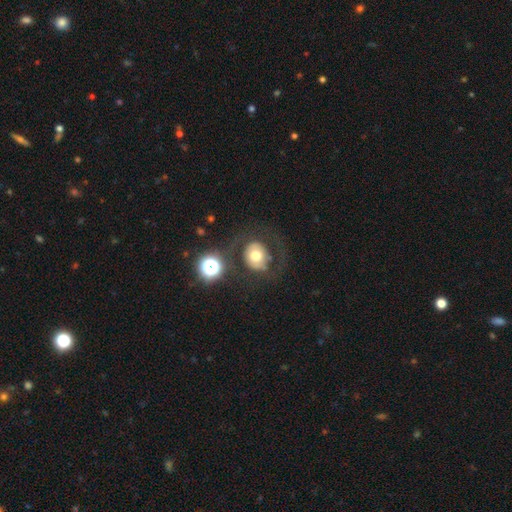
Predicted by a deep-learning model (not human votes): This is possibly a smooth galaxy (55%). How rounded: likely round (74%). Merging: possibly none (57%).